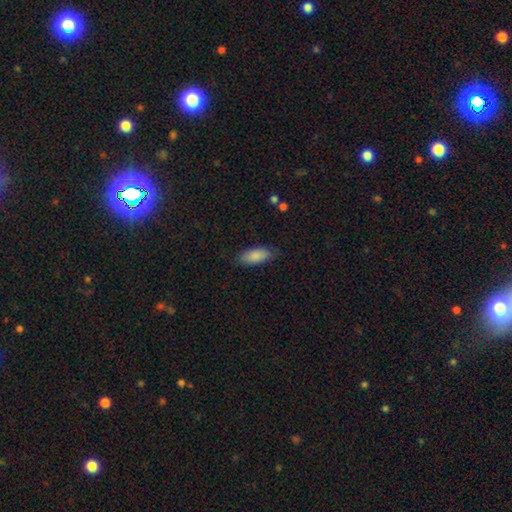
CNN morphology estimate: This is clearly a smooth galaxy (86%). How rounded: clearly in between (84%). Merging: clearly none (81%).